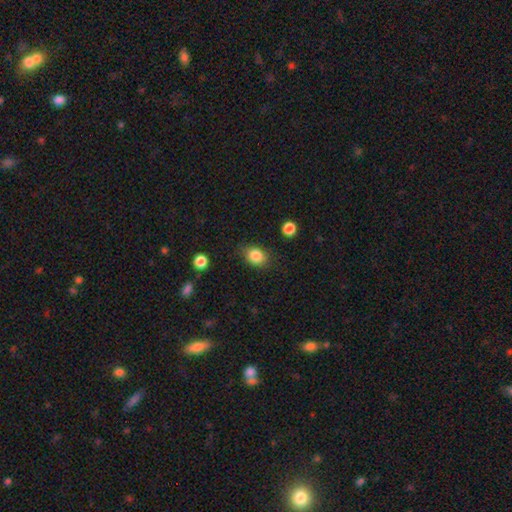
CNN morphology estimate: smooth 85%, star or artifact 9%, featured or disk 6%. Down the decision tree: how rounded — in between (57%); merging — none (78%).